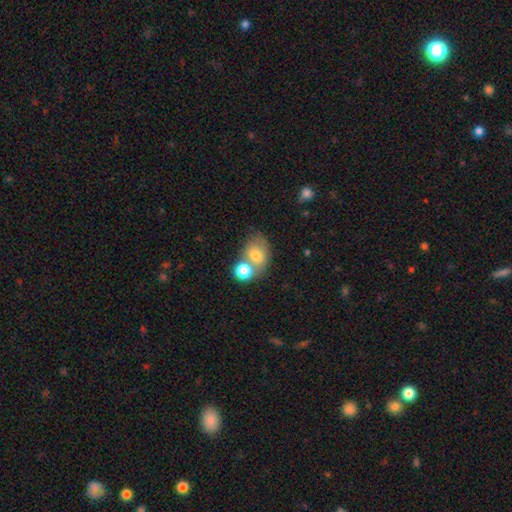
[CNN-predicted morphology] This appears to be a smooth galaxy with no disk features (73%) that is in between round and cigar-shaped (59%). Merging: merger (51%).